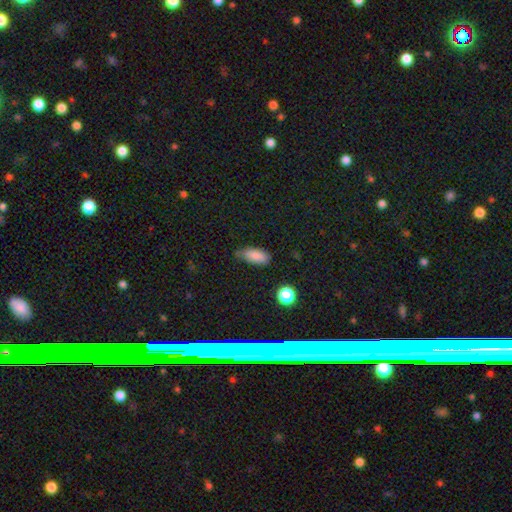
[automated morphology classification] Smooth or featured?
  - smooth: 85% *
  - star or artifact: 9%
  - featured or disk: 6%
How rounded?
  - in between: 84% *
  - cigar-shaped: 13%
  - round: 3%
Merging?
  - none: 67% *
  - minor disturbance: 26%
  - major disturbance: 5%
  - merger: 2%